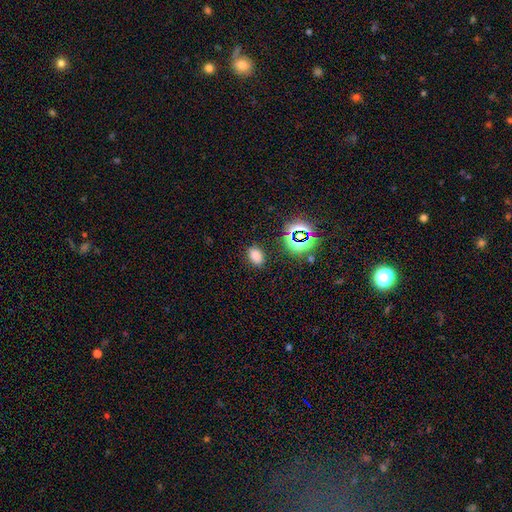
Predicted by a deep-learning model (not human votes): smooth 74%, star or artifact 20%, featured or disk 6%. Down the decision tree: how rounded — in between (84%); merging — none (85%).